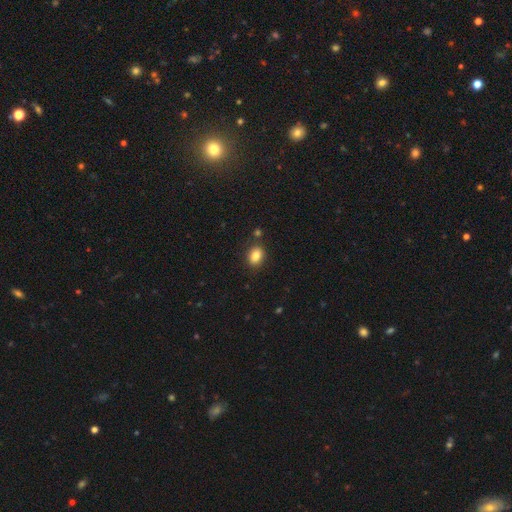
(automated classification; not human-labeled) The model was most divided on "how rounded": in between: 73%, round: 26%, cigar-shaped: 1%. More confident: smooth or featured — smooth (84%); merging — none (82%).